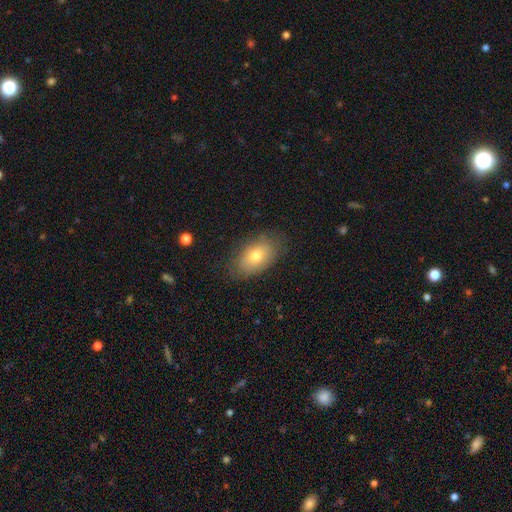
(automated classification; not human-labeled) Smooth or featured? smooth (73%)
How rounded? in between (91%)
Merging? none (78%)